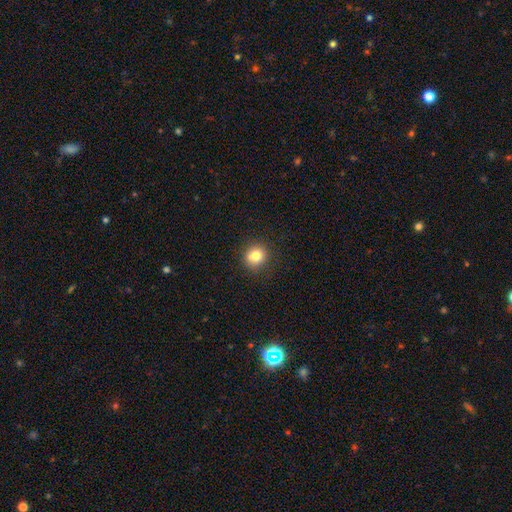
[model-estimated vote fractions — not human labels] smooth-or-featured: smooth: 81% | star or artifact: 11% | featured or disk: 7%
  how-rounded: round: 85% | in between: 14% | cigar-shaped: 1%
  merging: none: 90% | minor disturbance: 7% | major disturbance: 2% | merger: 1%